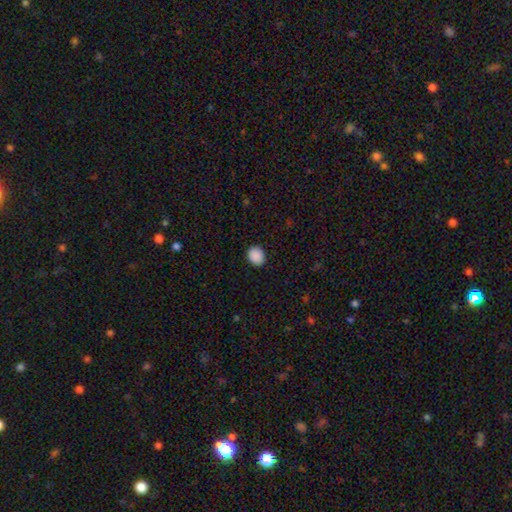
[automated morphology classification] A smooth galaxy with no disk features (90%) that is round (62%).

Vote fractions:
- Smooth or featured? smooth: 90% / star or artifact: 8% / featured or disk: 2%
- How rounded? round: 62% / in between: 37% / cigar-shaped: 1%
- Merging? none: 90% / minor disturbance: 7% / major disturbance: 2% / merger: 1%